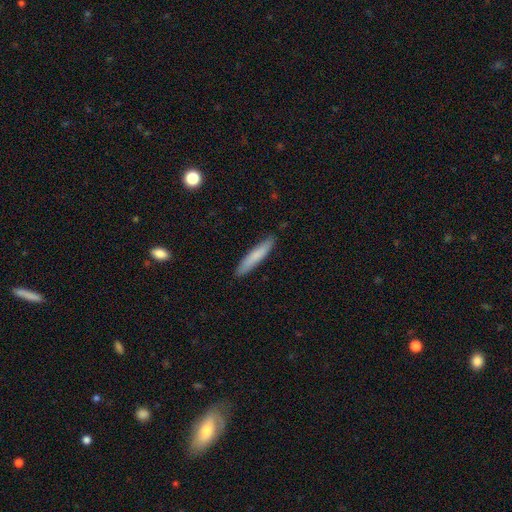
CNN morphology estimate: This appears to be a smooth galaxy with no disk features (75%) that is cigar-shaped (91%). Merging: none (89%).